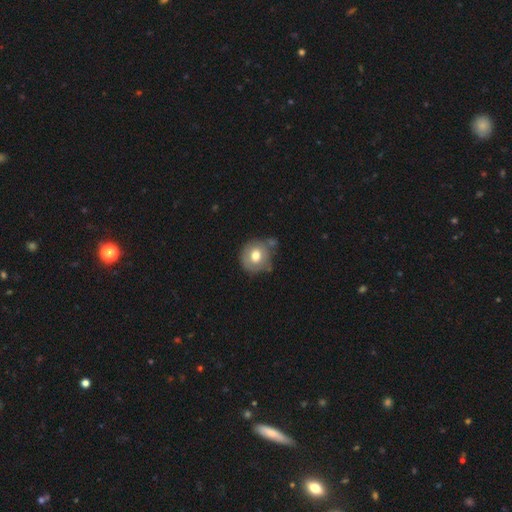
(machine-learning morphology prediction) Smooth or featured: smooth — 68% (featured or disk — 25%)
How rounded: round — 84% (in between — 15%)
Merging: none — 59% (minor disturbance — 22%)